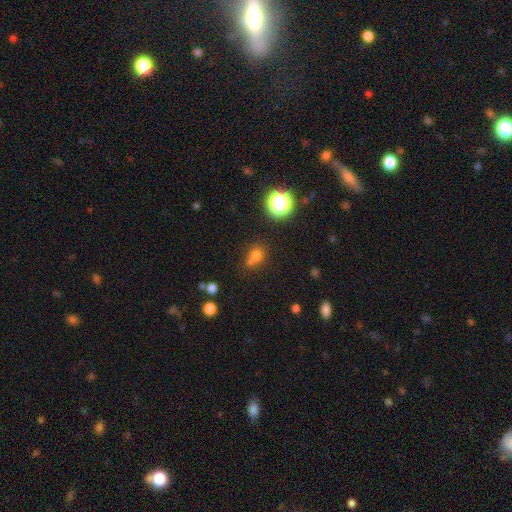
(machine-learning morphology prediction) This appears to be a smooth galaxy with no disk features (70%) that is round (75%). Merging: none (53%).